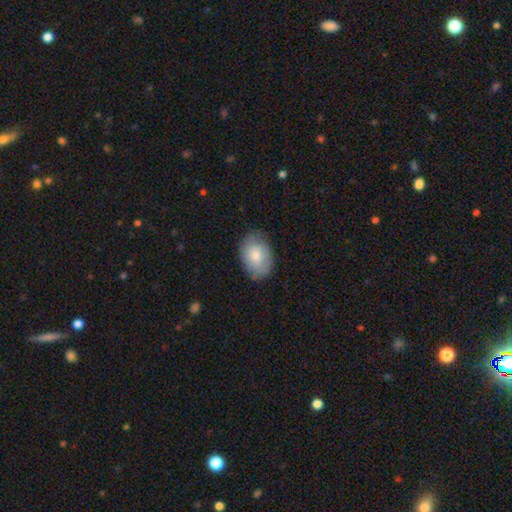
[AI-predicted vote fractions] This is likely a smooth galaxy (75%). How rounded: clearly in between (84%). Merging: likely none (77%).